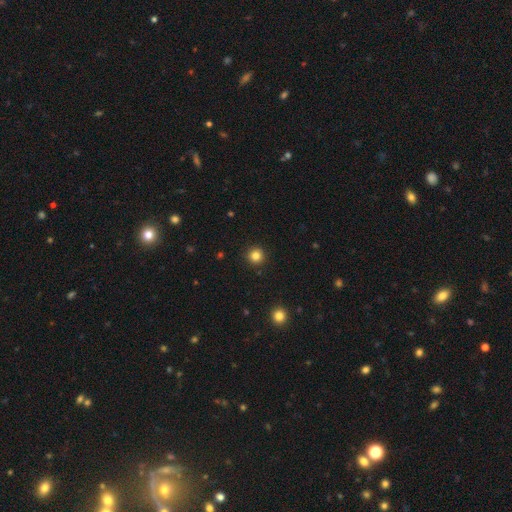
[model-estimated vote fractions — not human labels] Overall: smooth (82%). How rounded: round (95%). Merging: none (92%).